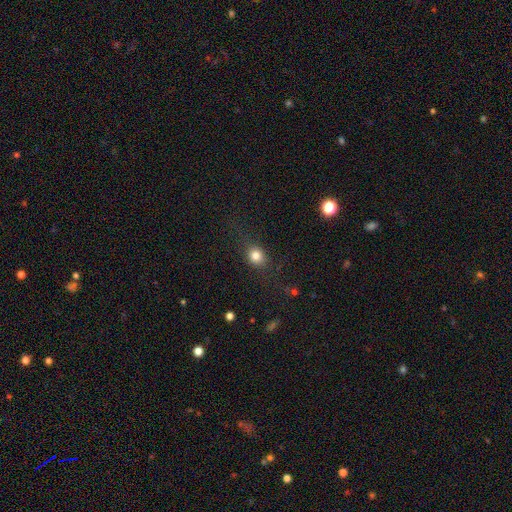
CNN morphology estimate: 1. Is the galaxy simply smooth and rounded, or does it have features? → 81% smooth, 11% star or artifact, 8% featured or disk.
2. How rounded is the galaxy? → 68% round, 30% in between, 2% cigar-shaped.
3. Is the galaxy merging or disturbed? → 77% none, 14% minor disturbance, 8% major disturbance, 2% merger.